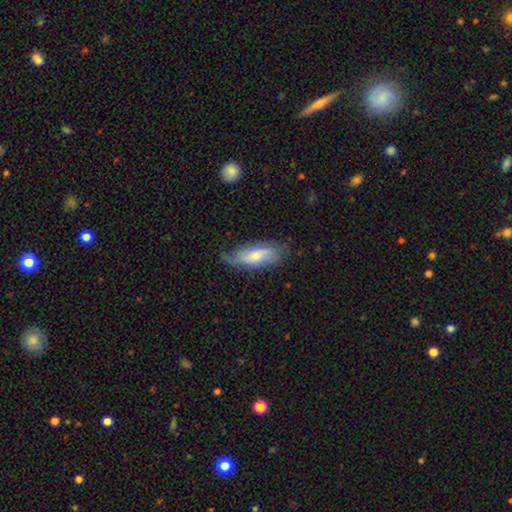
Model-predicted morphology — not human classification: Smooth or featured: smooth — 59% (featured or disk — 35%)
How rounded: in between — 70% (cigar-shaped — 28%)
Merging: none — 60% (minor disturbance — 30%)